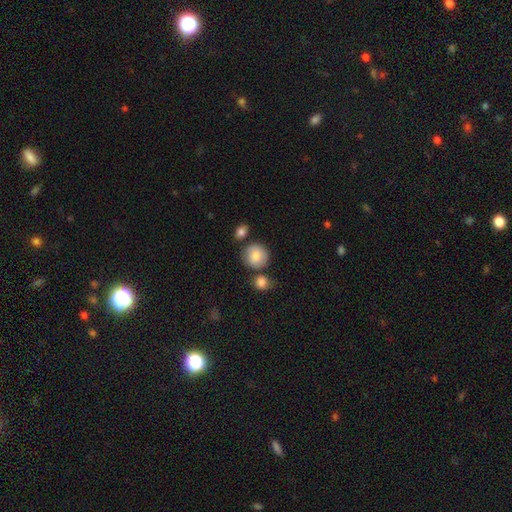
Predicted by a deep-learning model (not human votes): Morphology: type=smooth (83%); roundness=round (89%); merging=none (71%).